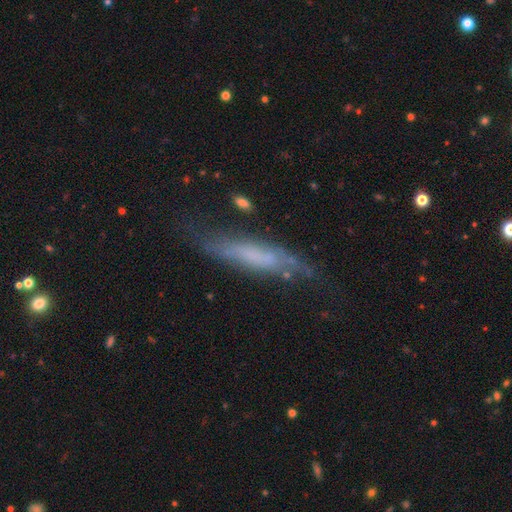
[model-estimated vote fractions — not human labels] Smooth or featured? featured or disk (52%)
Edge-on disk? yes (58%)
Merging? none (57%)